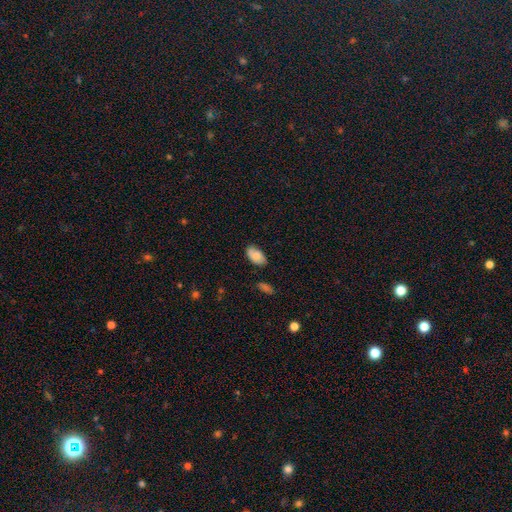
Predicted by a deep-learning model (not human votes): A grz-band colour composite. It shows a smooth galaxy with no disk features (71%) that is in between round and cigar-shaped (94%). Merging: none (77%).